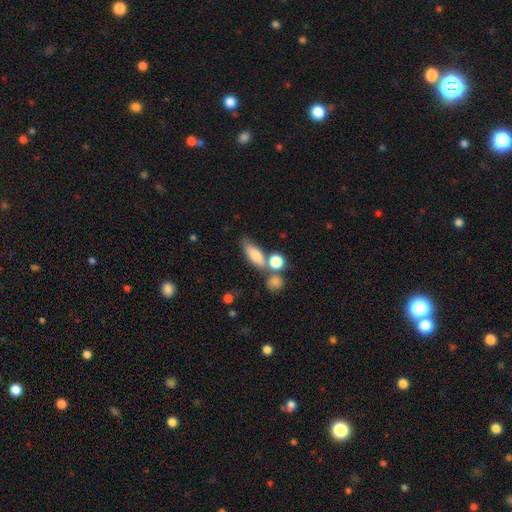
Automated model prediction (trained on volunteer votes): This appears to be a smooth galaxy with no disk features (75%) that is in between round and cigar-shaped (62%). Merging: none (53%).